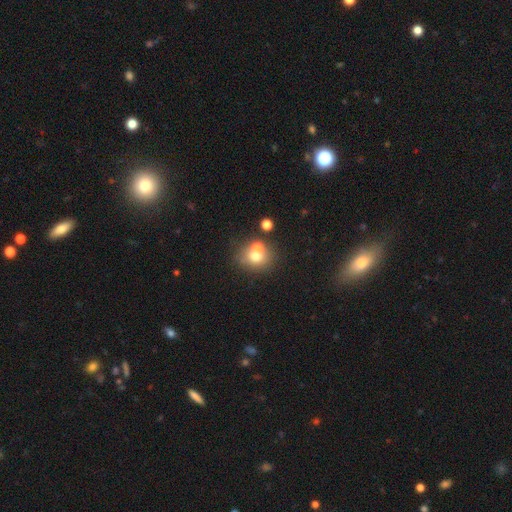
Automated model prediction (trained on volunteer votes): smooth 66%, featured or disk 19%, star or artifact 15%. Down the decision tree: how rounded — round (77%); merging — none (53%).